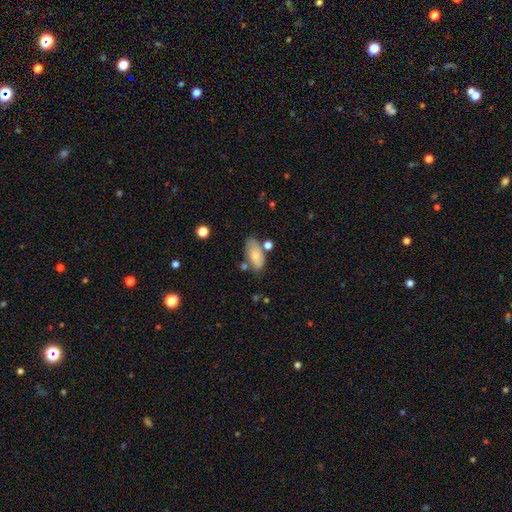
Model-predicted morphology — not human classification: The model was most divided on "merging": none: 63%, minor disturbance: 21%, merger: 11%, major disturbance: 5%. More confident: how rounded — in between (90%); smooth or featured — smooth (75%).